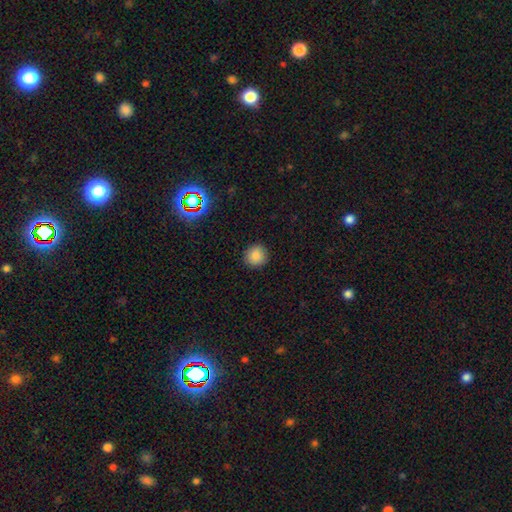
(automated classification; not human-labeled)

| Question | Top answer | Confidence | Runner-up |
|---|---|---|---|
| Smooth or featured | smooth | 85% | star or artifact (11%) |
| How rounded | round | 92% | in between (7%) |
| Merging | none | 91% | minor disturbance (6%) |